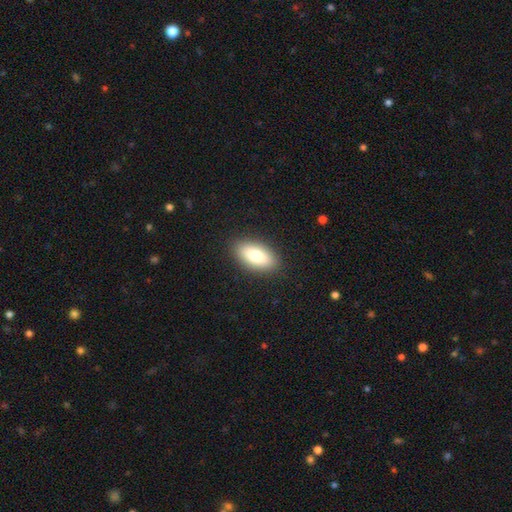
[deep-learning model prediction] Morphology: type=smooth (81%); roundness=in between (90%); merging=none (89%).